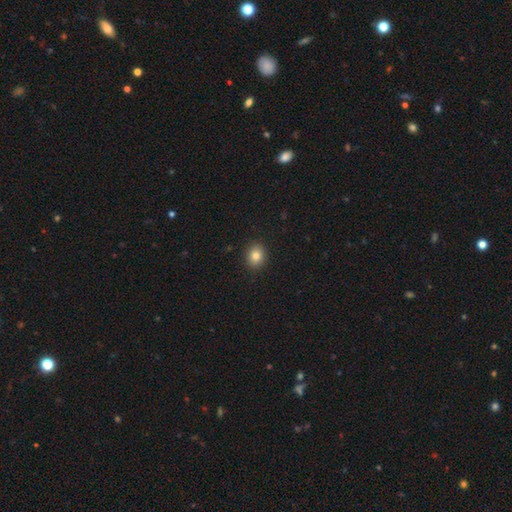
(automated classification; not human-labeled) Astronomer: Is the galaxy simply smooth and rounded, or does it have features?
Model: smooth — 83%.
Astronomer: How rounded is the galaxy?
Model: round — 68%.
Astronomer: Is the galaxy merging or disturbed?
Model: none — 91%.